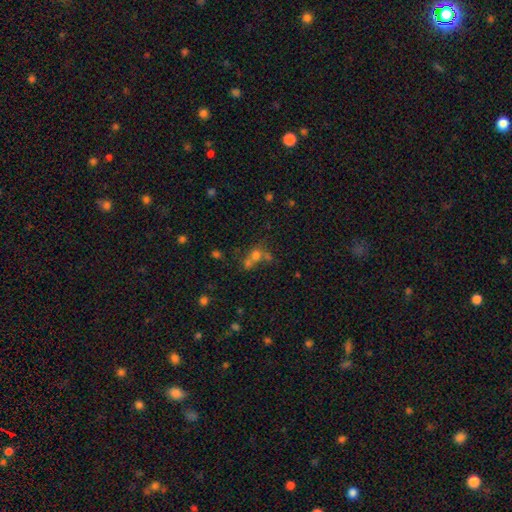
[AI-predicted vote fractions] Smooth or featured: smooth — 56% (star or artifact — 28%)
How rounded: round — 76% (in between — 22%)
Merging: merger — 44% (none — 42%)